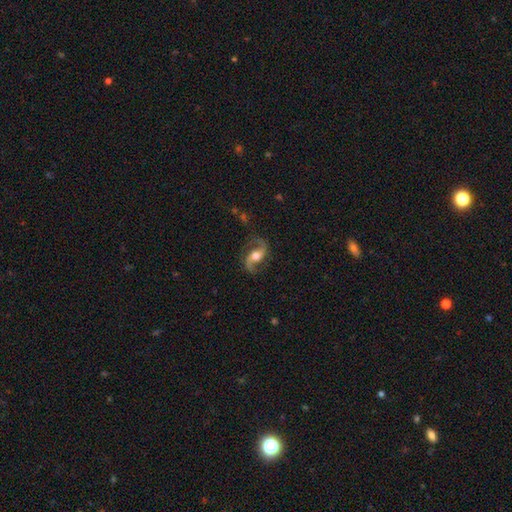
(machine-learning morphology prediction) A featured or disk galaxy (87%) with no bar (42%), 2 (93%) loose (57%) spiral arms (96%) and a moderate central bulge (71%). Merging: none (77%).